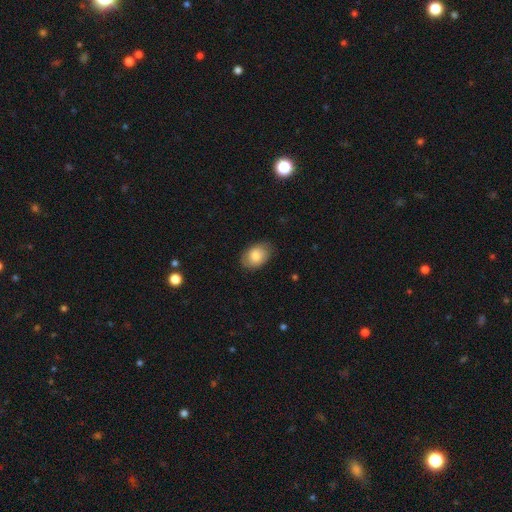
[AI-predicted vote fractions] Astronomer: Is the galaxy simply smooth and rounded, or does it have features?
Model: smooth — 80%.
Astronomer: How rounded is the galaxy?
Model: in between — 78%.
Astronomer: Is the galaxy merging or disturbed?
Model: none — 80%.